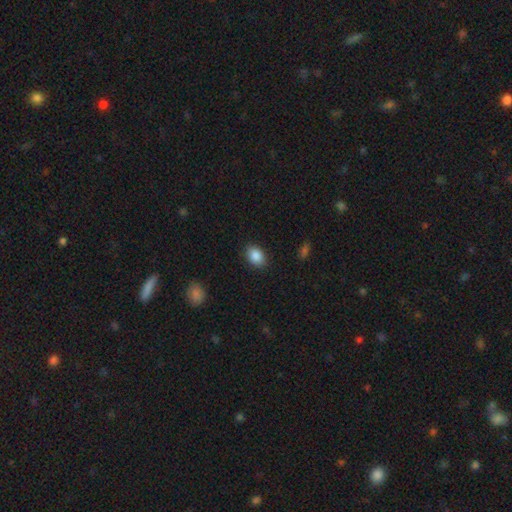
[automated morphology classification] Smooth or featured? smooth (88%)
How rounded? in between (77%)
Merging? none (87%)